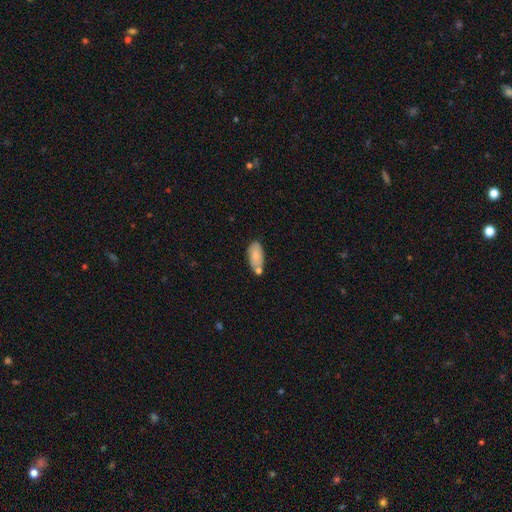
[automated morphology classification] A smooth galaxy with no disk features (78%) that is in between round and cigar-shaped (91%).

Vote fractions:
- Smooth or featured? smooth: 78% / featured or disk: 16% / star or artifact: 7%
- How rounded? in between: 91% / cigar-shaped: 6% / round: 2%
- Merging? none: 57% / merger: 20% / minor disturbance: 19% / major disturbance: 4%